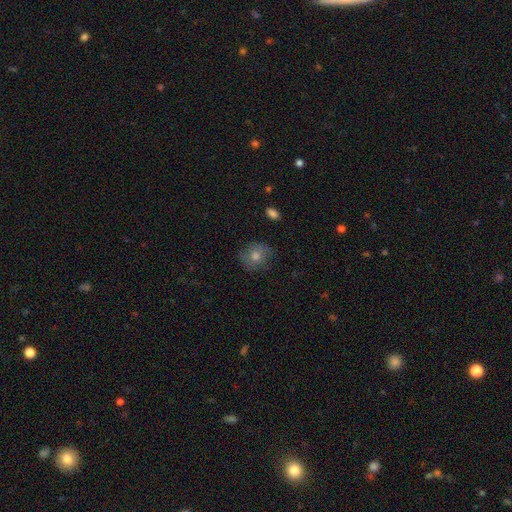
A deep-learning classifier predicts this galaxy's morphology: smooth_or_featured: smooth (p=0.64) [alt: featured or disk p=0.21]
how_rounded: round (p=0.80) [alt: in between p=0.19]
merging: none (p=0.79) [alt: minor disturbance p=0.15]